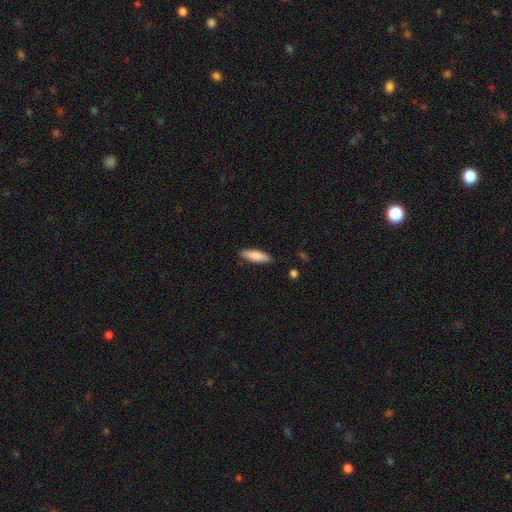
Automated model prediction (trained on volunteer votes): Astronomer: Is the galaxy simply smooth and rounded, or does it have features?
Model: smooth — 81%.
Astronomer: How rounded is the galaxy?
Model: cigar-shaped — 52% (runner-up: in between, 46%).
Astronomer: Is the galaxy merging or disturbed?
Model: none — 87%.